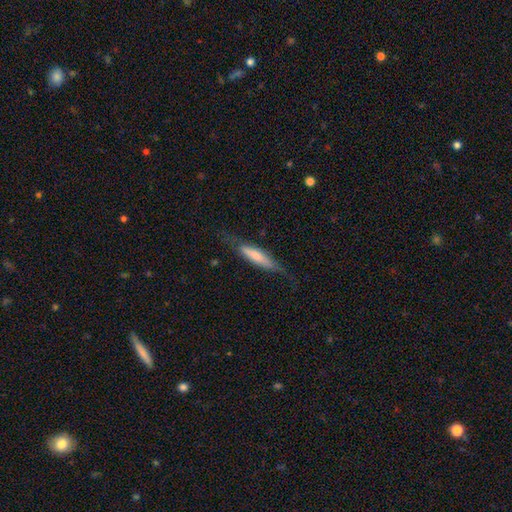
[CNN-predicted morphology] A smooth galaxy with no disk features (59%) that is cigar-shaped (76%).

Vote fractions:
- Smooth or featured? smooth: 59% / featured or disk: 35% / star or artifact: 6%
- How rounded? cigar-shaped: 76% / in between: 22% / round: 2%
- Merging? none: 66% / minor disturbance: 22% / major disturbance: 10% / merger: 2%